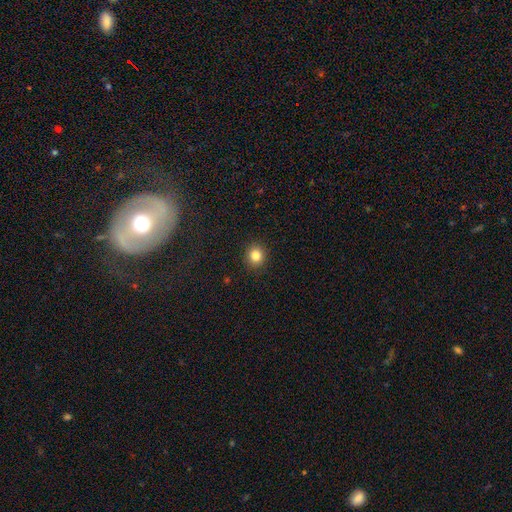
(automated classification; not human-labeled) smooth 84%, star or artifact 11%, featured or disk 5%. Down the decision tree: how rounded — round (86%); merging — none (91%).